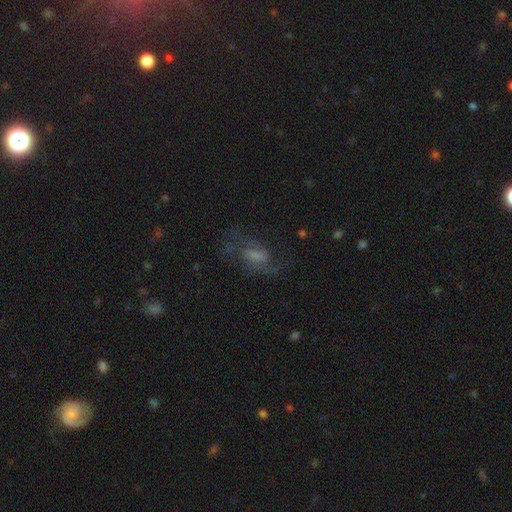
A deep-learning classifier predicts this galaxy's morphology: smooth_or_featured: featured or disk (p=0.59) [alt: smooth p=0.28]
disk_edge_on: no (p=0.94) [alt: yes p=0.06]
bar: weak (p=0.49) [alt: no p=0.31]
has_spiral_arms: yes (p=0.84) [alt: no p=0.16]
bulge_size: small (p=0.30) [alt: none p=0.29]
merging: none (p=0.56) [alt: major disturbance p=0.23]